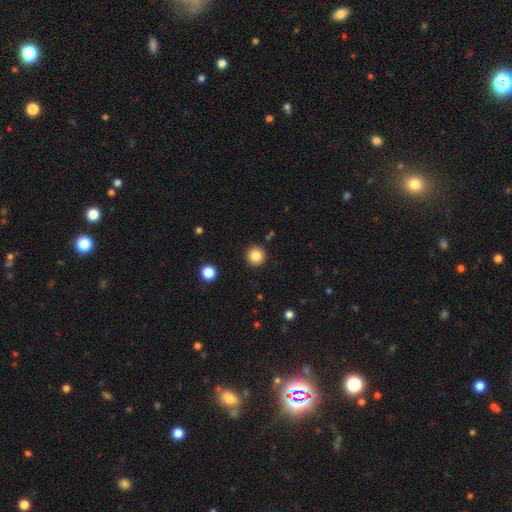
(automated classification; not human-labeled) Smooth or featured? Predicted: smooth (p=0.84). How rounded? Predicted: round (p=0.95). Merging? Predicted: none (p=0.91).